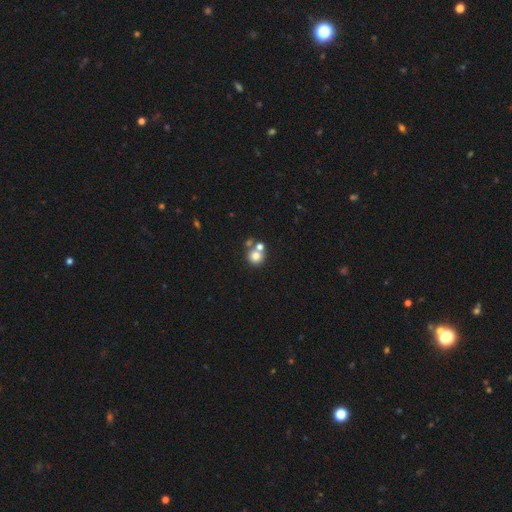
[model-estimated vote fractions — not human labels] A smooth galaxy with no disk features (75%) that is round (89%). Merging: none (51%).